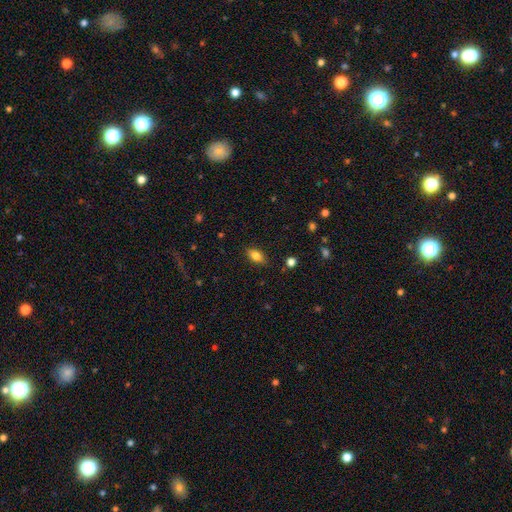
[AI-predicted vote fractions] This is likely a smooth galaxy (80%). How rounded: clearly in between (86%). Merging: clearly none (84%).